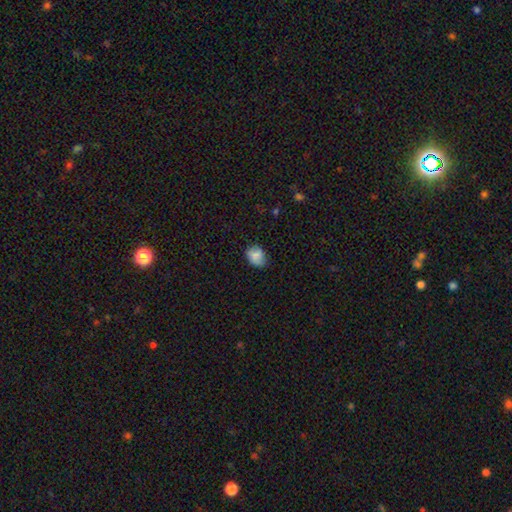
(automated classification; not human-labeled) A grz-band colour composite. It shows a smooth galaxy with no disk features (80%) that is in between round and cigar-shaped (62%). Merging: none (70%).